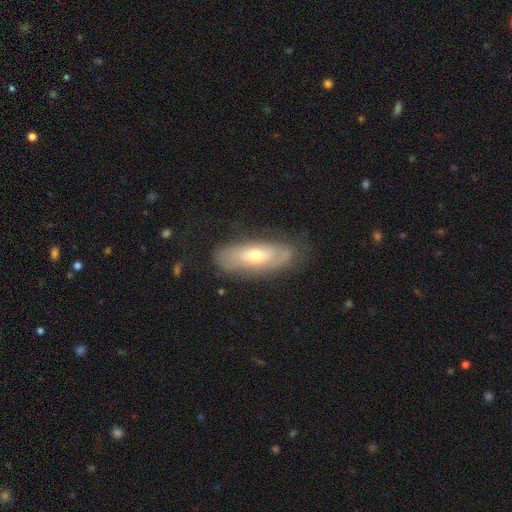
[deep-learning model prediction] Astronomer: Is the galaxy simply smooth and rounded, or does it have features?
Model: featured or disk — 58% (runner-up: smooth, 35%).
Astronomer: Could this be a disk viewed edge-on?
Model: no — 75%.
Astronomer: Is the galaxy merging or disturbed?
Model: none — 74%.